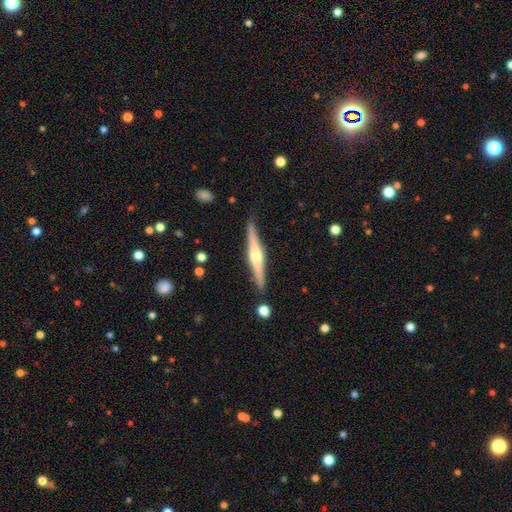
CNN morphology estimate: A featured or disk galaxy (78%) viewed edge-on (98%) with a rounded central bulge (90%). Merging: none (89%).